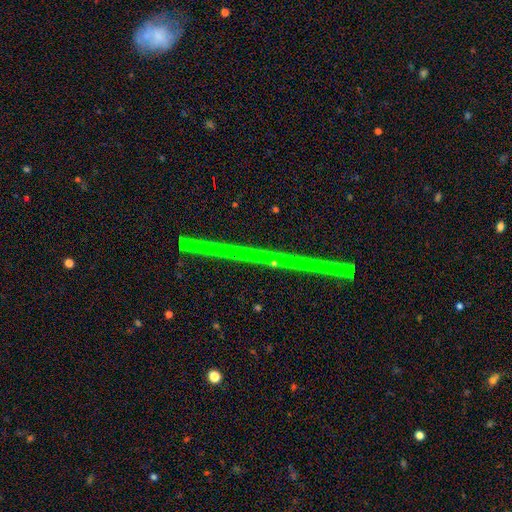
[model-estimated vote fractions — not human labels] The model was most divided on "smooth or featured": star or artifact: 66%, featured or disk: 25%, smooth: 9%.